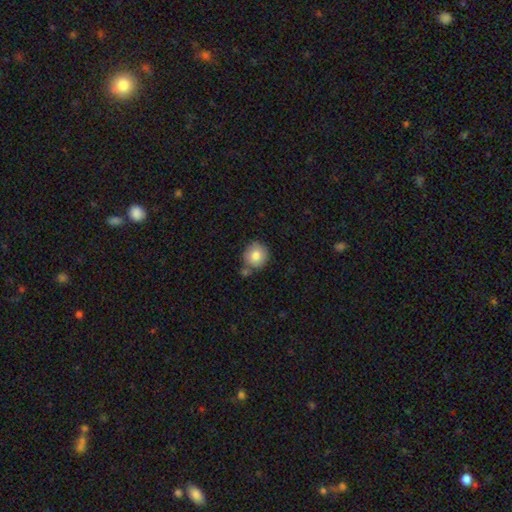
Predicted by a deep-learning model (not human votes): The model was most divided on "merging": none: 68%, merger: 14%, minor disturbance: 14%, major disturbance: 3%. More confident: how rounded — round (90%); smooth or featured — smooth (81%).